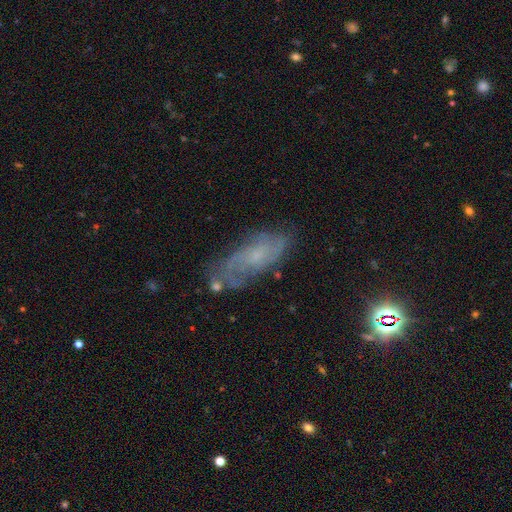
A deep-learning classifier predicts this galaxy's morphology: Q: Smooth or featured?
A: featured or disk (60%); runner-up: smooth (27%)
Q: Edge-on disk?
A: no (87%); runner-up: yes (13%)
Q: Bar?
A: no (70%); runner-up: weak (26%)
Q: Spiral arms?
A: yes (83%); runner-up: no (17%)
Q: Bulge size?
A: small (64%); runner-up: moderate (18%)
Q: Merging?
A: none (67%); runner-up: minor disturbance (22%)